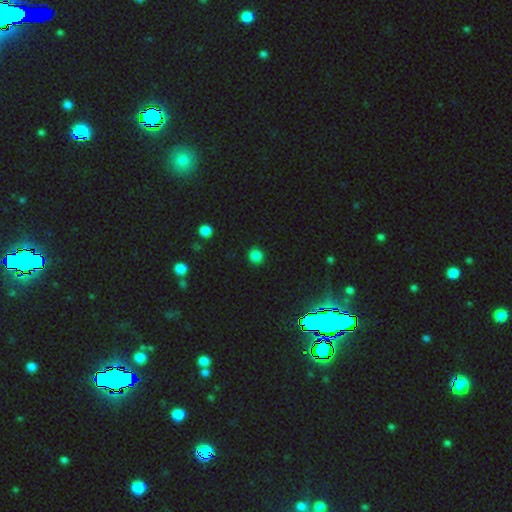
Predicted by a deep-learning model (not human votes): A smooth galaxy with no disk features (82%) that is round (91%). Merging: none (91%).